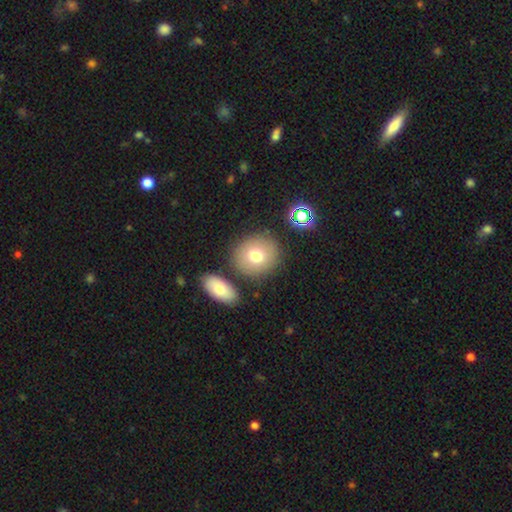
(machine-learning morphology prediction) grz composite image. It shows a smooth galaxy with no disk features (75%) that is round (74%). Merging: none (78%).